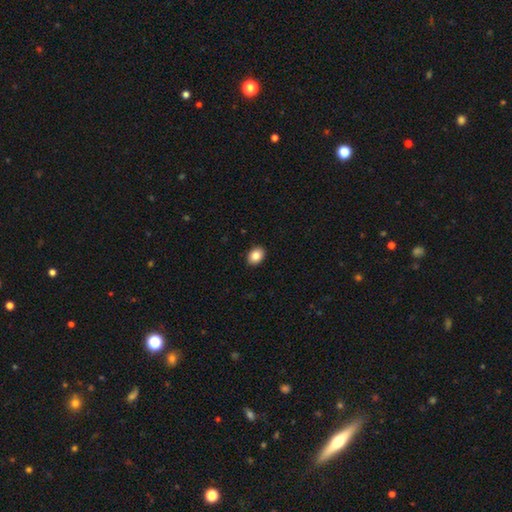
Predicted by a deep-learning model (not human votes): Overall: smooth (86%). How rounded: in between (71%). Merging: none (91%).